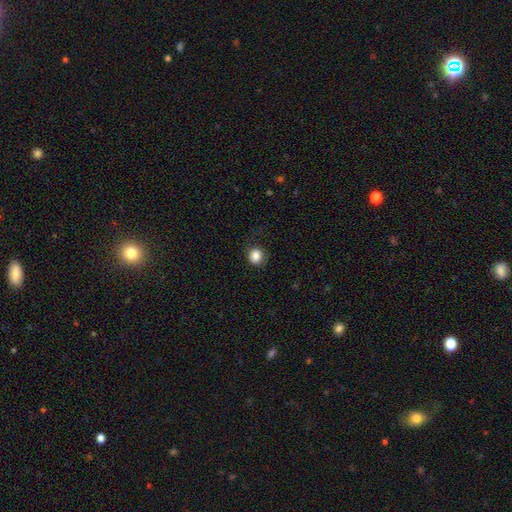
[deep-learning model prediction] Smooth or featured? Predicted: smooth (p=0.84). How rounded? Predicted: round (p=0.79). Merging? Predicted: none (p=0.80).